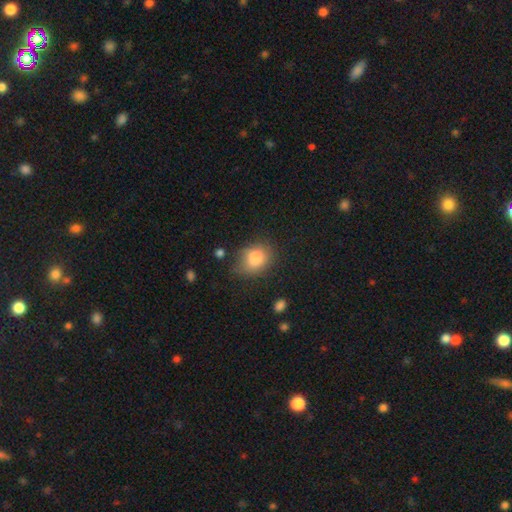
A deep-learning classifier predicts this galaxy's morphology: This appears to be a smooth galaxy with no disk features (83%) that is in between round and cigar-shaped (51%). Merging: none (62%).